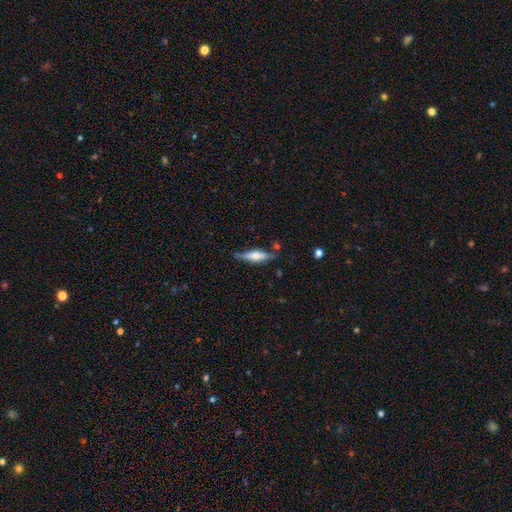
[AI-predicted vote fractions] Smooth or featured?
  - featured or disk: 53% *
  - smooth: 41%
  - star or artifact: 6%
Edge-on disk?
  - yes: 92% *
  - no: 8%
Merging?
  - none: 76% *
  - minor disturbance: 16%
  - merger: 5%
  - major disturbance: 4%